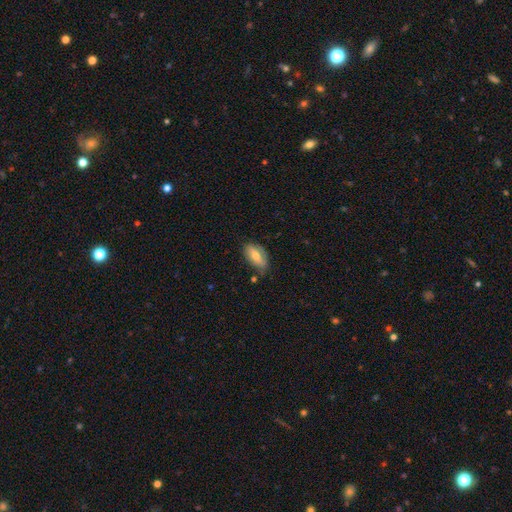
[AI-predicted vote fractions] A smooth galaxy with no disk features (59%) that is in between round and cigar-shaped (87%).

Vote fractions:
- Smooth or featured? smooth: 59% / featured or disk: 34% / star or artifact: 7%
- How rounded? in between: 87% / cigar-shaped: 8% / round: 4%
- Merging? none: 69% / minor disturbance: 23% / major disturbance: 5% / merger: 3%